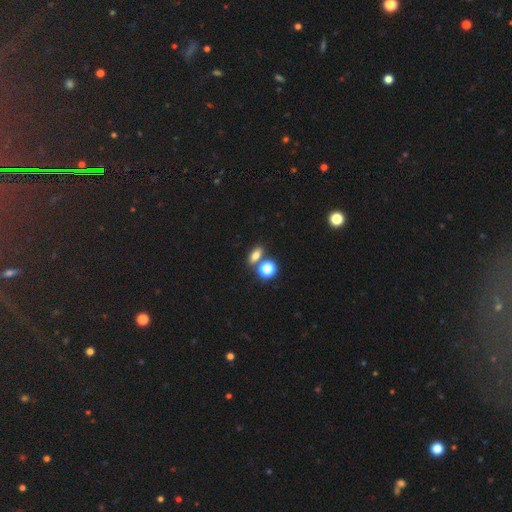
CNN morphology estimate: Smooth or featured?
  - smooth: 72% *
  - star or artifact: 17%
  - featured or disk: 12%
How rounded?
  - in between: 70% *
  - round: 22%
  - cigar-shaped: 8%
Merging?
  - none: 68% *
  - merger: 19%
  - minor disturbance: 10%
  - major disturbance: 3%